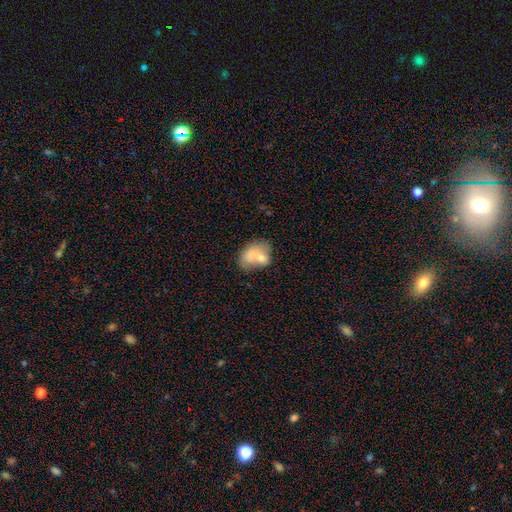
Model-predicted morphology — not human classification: This appears to be a smooth galaxy with no disk features (68%) that is in between round and cigar-shaped (74%). Merging: merger (46%).